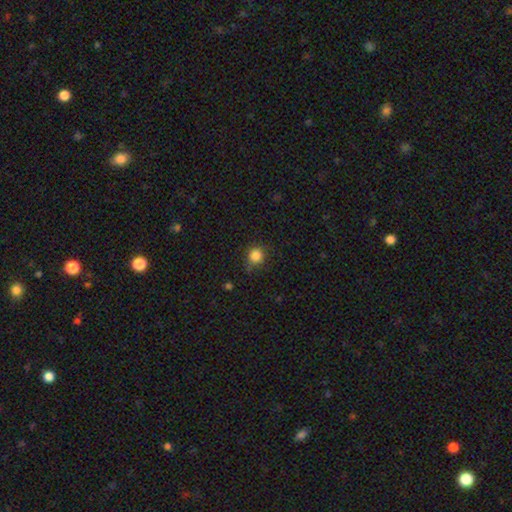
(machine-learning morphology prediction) smooth 83%, star or artifact 12%, featured or disk 4%. Down the decision tree: how rounded — round (92%); merging — none (75%).